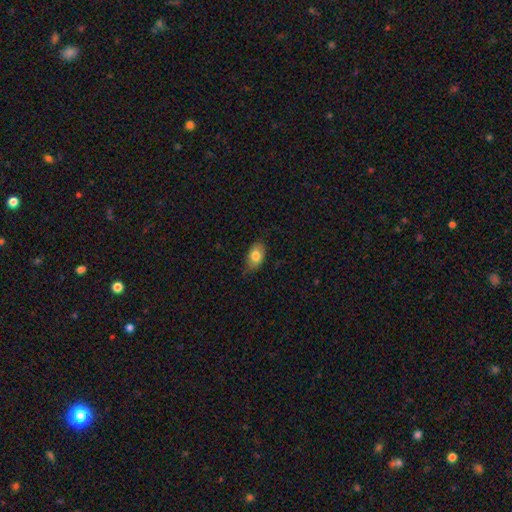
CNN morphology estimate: smooth-or-featured: smooth: 79% | featured or disk: 13% | star or artifact: 8%
  how-rounded: in between: 88% | round: 10% | cigar-shaped: 2%
  merging: none: 72% | minor disturbance: 23% | major disturbance: 4% | merger: 1%